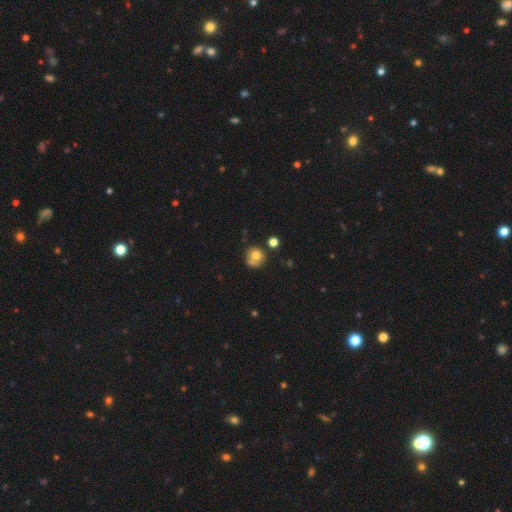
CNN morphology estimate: smooth 72%, featured or disk 18%, star or artifact 11%. Down the decision tree: how rounded — round (84%); merging — none (48%).